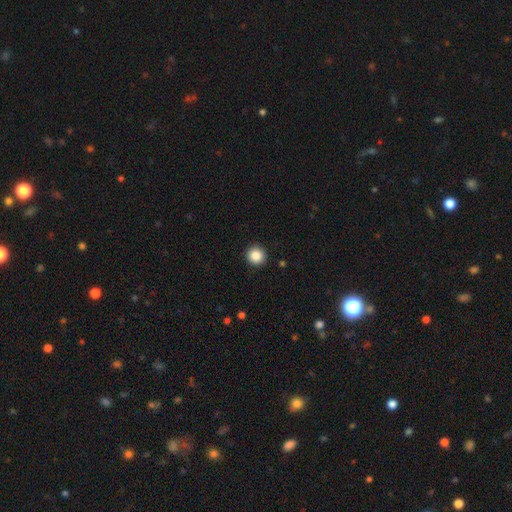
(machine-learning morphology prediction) smooth_or_featured: smooth (p=0.87) [alt: star or artifact p=0.09]
how_rounded: round (p=0.95) [alt: in between p=0.04]
merging: none (p=0.93) [alt: minor disturbance p=0.05]